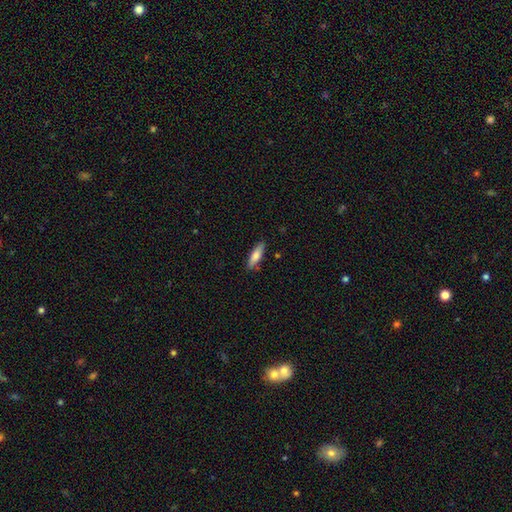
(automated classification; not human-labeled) Smooth or featured?
  - smooth: 75% *
  - featured or disk: 19%
  - star or artifact: 6%
How rounded?
  - cigar-shaped: 58% *
  - in between: 40%
  - round: 2%
Merging?
  - none: 84% *
  - minor disturbance: 11%
  - major disturbance: 2%
  - merger: 2%